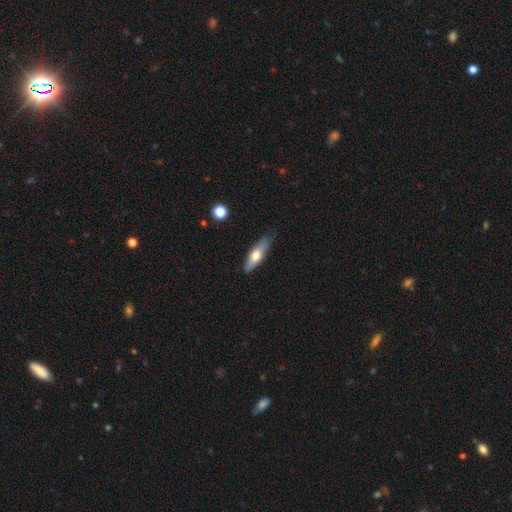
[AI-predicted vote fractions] Morphology: type=smooth (58%); roundness=cigar-shaped (54%); merging=none (77%).